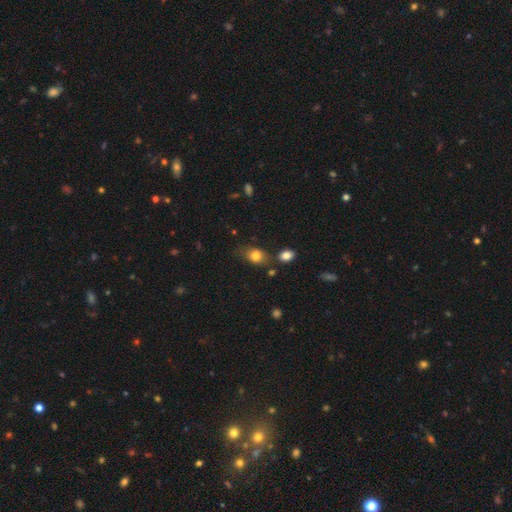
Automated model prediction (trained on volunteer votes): Smooth or featured? Predicted: smooth (p=0.81). How rounded? Predicted: in between (p=0.66). Merging? Predicted: none (p=0.65).